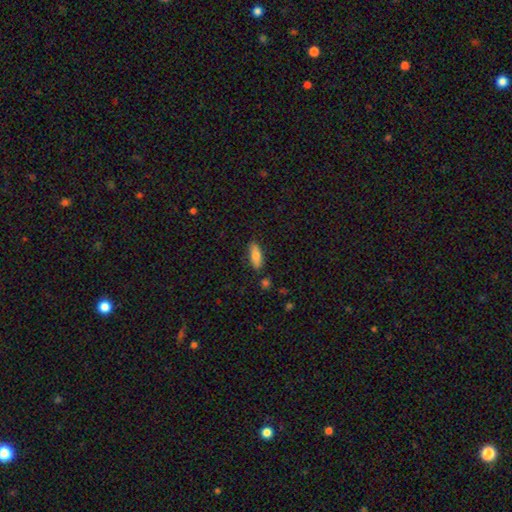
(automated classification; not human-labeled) smooth_or_featured: smooth (p=0.77) [alt: featured or disk p=0.16]
how_rounded: in between (p=0.71) [alt: cigar-shaped p=0.27]
merging: none (p=0.82) [alt: minor disturbance p=0.12]